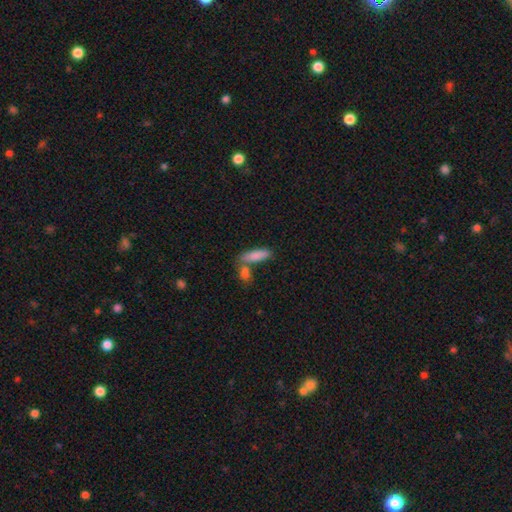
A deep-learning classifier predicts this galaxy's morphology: Smooth or featured?
  - smooth: 83% *
  - featured or disk: 10%
  - star or artifact: 7%
How rounded?
  - cigar-shaped: 51% *
  - in between: 47%
  - round: 2%
Merging?
  - none: 50% *
  - merger: 33%
  - minor disturbance: 12%
  - major disturbance: 4%